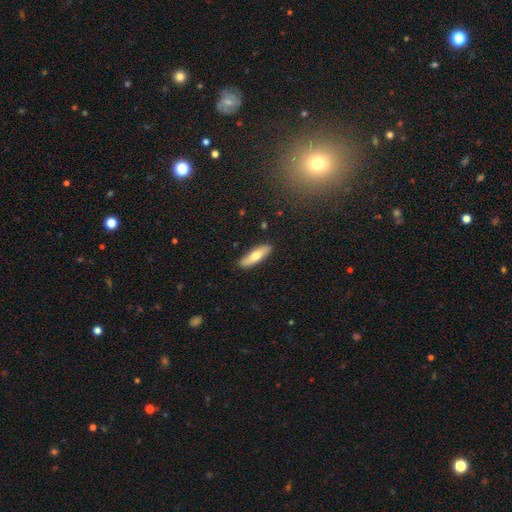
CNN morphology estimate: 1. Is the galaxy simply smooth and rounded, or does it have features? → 65% smooth, 29% featured or disk, 6% star or artifact.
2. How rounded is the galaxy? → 64% cigar-shaped, 34% in between, 2% round.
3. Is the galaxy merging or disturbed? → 86% none, 10% minor disturbance, 2% major disturbance, 1% merger.